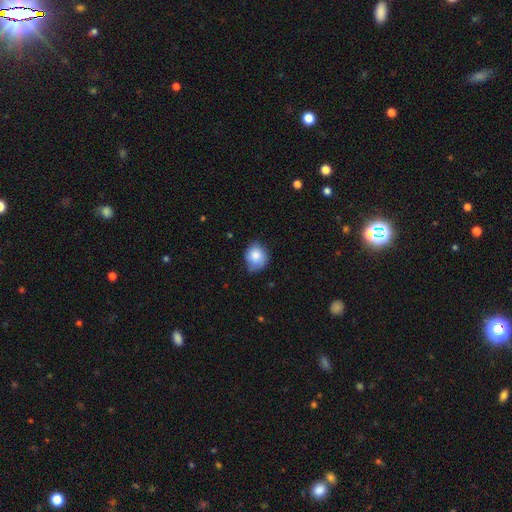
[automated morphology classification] Smooth or featured? Predicted: smooth (p=0.81). How rounded? Predicted: round (p=0.64). Merging? Predicted: none (p=0.55).